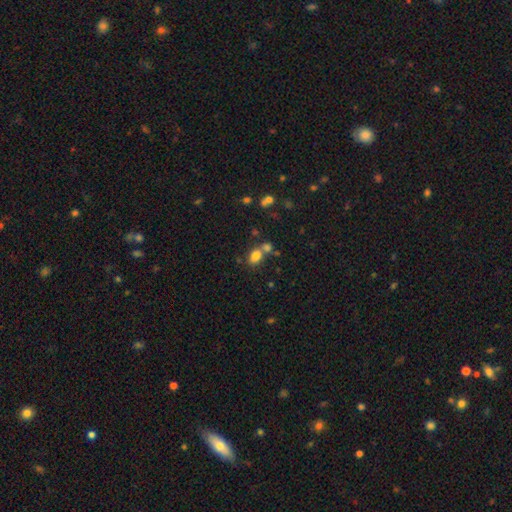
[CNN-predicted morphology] This is likely a smooth galaxy (79%). How rounded: likely in between (74%). Merging: possibly none (51%).